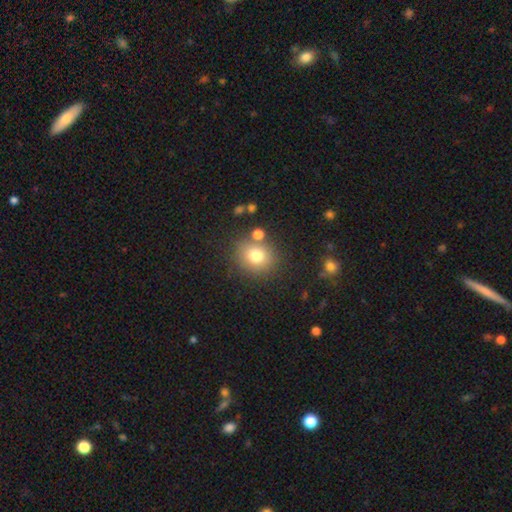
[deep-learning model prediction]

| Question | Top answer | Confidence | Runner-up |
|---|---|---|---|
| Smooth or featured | smooth | 76% | star or artifact (13%) |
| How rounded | round | 76% | in between (23%) |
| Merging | none | 75% | minor disturbance (11%) |